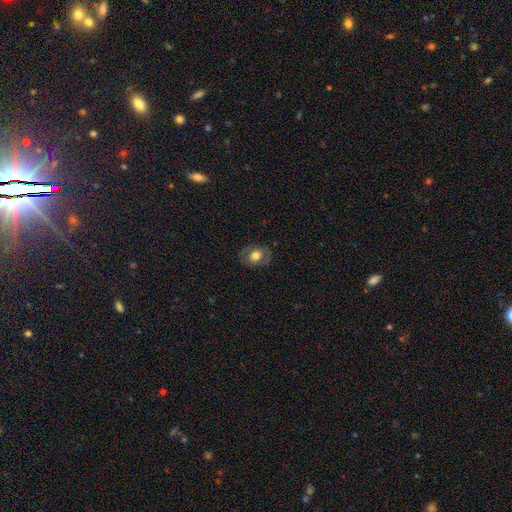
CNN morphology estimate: smooth-or-featured: smooth: 61% | featured or disk: 31% | star or artifact: 8%
  how-rounded: in between: 64% | round: 35% | cigar-shaped: 1%
  merging: none: 79% | minor disturbance: 14% | major disturbance: 6% | merger: 1%